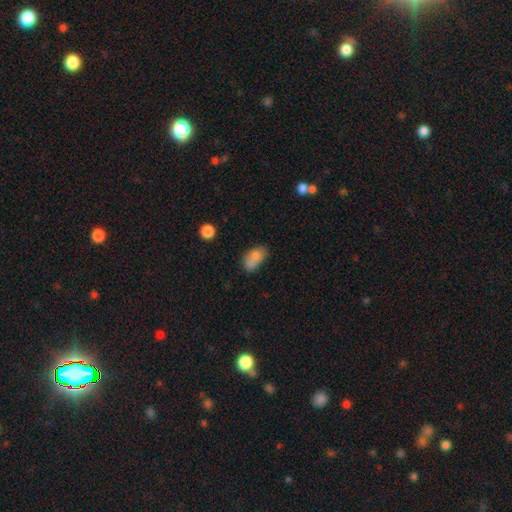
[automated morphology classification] This appears to be a smooth galaxy with no disk features (77%) that is in between round and cigar-shaped (86%). Merging: none (42%).